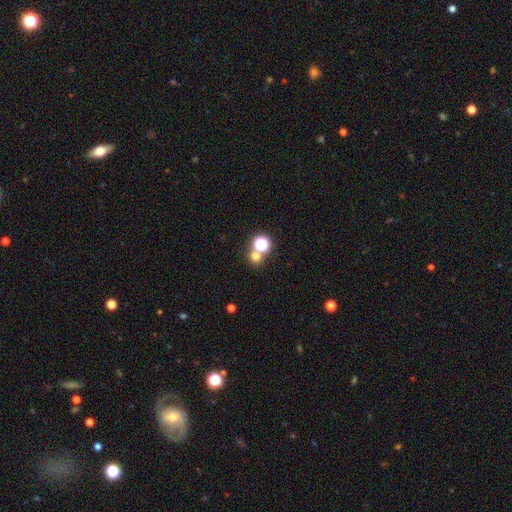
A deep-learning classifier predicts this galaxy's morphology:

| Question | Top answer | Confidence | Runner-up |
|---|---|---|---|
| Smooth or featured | smooth | 63% | star or artifact (29%) |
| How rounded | round | 85% | in between (14%) |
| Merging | none | 60% | merger (30%) |